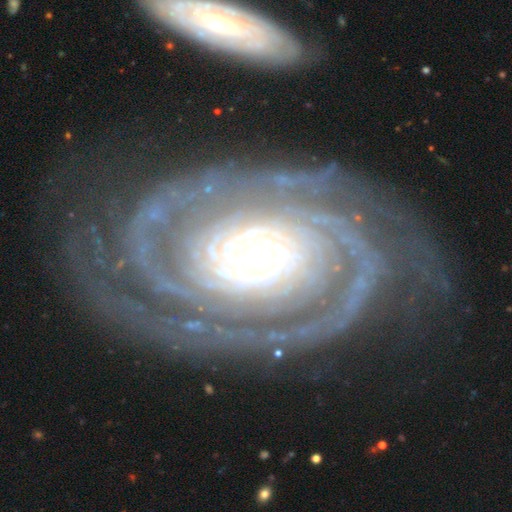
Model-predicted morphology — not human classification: smooth-or-featured: featured or disk: 93% | star or artifact: 4% | smooth: 3%
  disk-edge-on: no: 96% | yes: 4%
    bar: no: 76% | weak: 14% | strong: 9%
    has-spiral-arms: yes: 98% | no: 2%
      spiral-winding: tight: 81% | medium: 15% | loose: 4%
      spiral-arm-count: 2: 32% | can't tell: 19% | 3: 15% | 4: 12% | more than 4: 11% | 1: 10%
    bulge-size: moderate: 66% | small: 23% | large: 9% | dominant: 1% | none: 1%
  merging: none: 73% | minor disturbance: 14% | major disturbance: 11% | merger: 2%